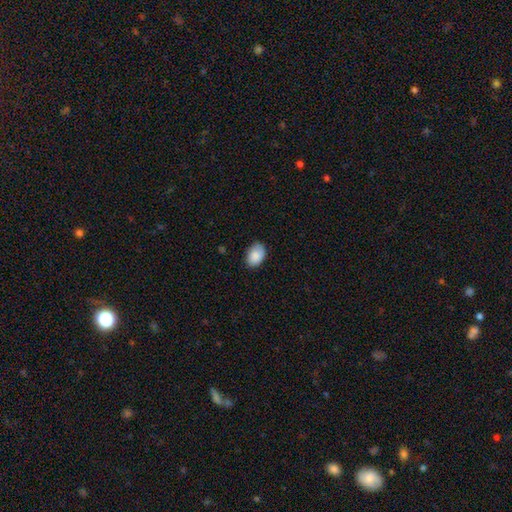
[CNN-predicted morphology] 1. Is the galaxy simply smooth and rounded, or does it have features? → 87% smooth, 7% star or artifact, 6% featured or disk.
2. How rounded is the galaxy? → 84% in between, 15% round, 1% cigar-shaped.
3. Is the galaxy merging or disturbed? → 78% none, 18% minor disturbance, 3% major disturbance, 1% merger.